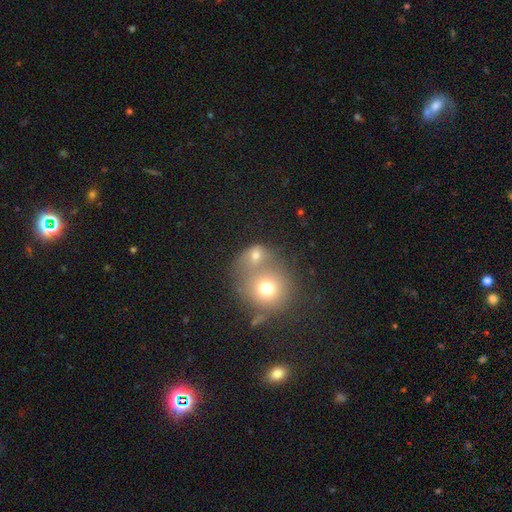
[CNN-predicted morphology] smooth_or_featured: smooth (p=0.68) [alt: featured or disk p=0.18]
how_rounded: round (p=0.72) [alt: in between p=0.27]
merging: merger (p=0.60) [alt: none p=0.25]